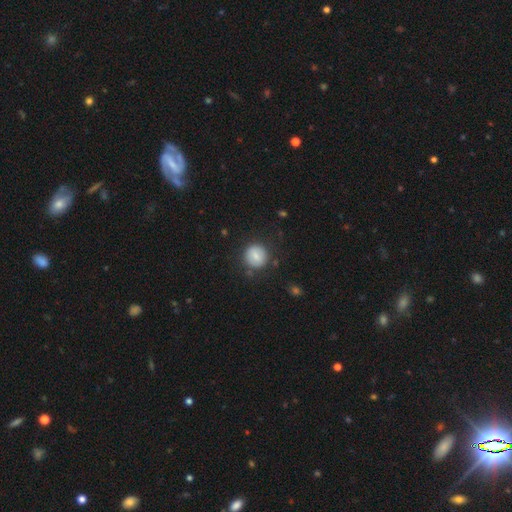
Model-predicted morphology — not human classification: Q: Smooth or featured?
A: smooth (79%); runner-up: featured or disk (13%)
Q: How rounded?
A: round (90%); runner-up: in between (9%)
Q: Merging?
A: none (81%); runner-up: minor disturbance (12%)